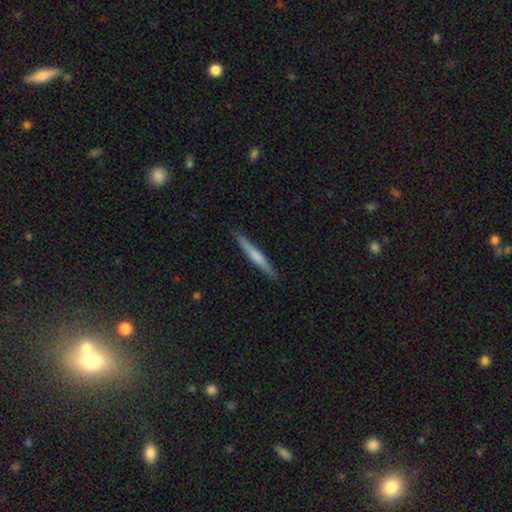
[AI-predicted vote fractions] A smooth galaxy with no disk features (58%) that is cigar-shaped (96%).

Vote fractions:
- Smooth or featured? smooth: 58% / featured or disk: 37% / star or artifact: 5%
- How rounded? cigar-shaped: 96% / in between: 3% / round: 1%
- Merging? none: 90% / minor disturbance: 8% / major disturbance: 1% / merger: 1%